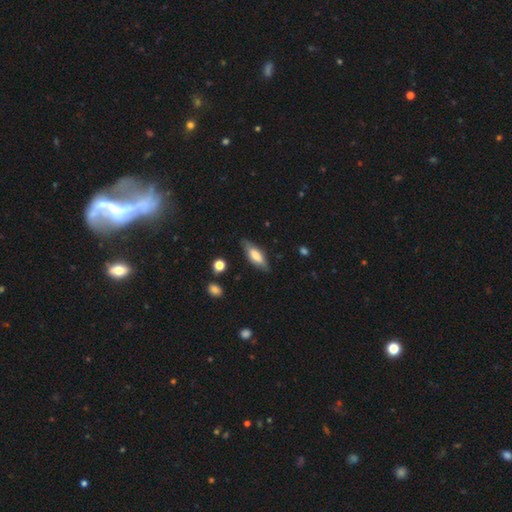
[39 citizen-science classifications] Q: Smooth or featured?
A: smooth (46%); runner-up: featured or disk (44%)
Q: How rounded?
A: cigar-shaped (61%); runner-up: in between (39%)
Q: Merging?
A: none (74%); runner-up: minor disturbance (20%)